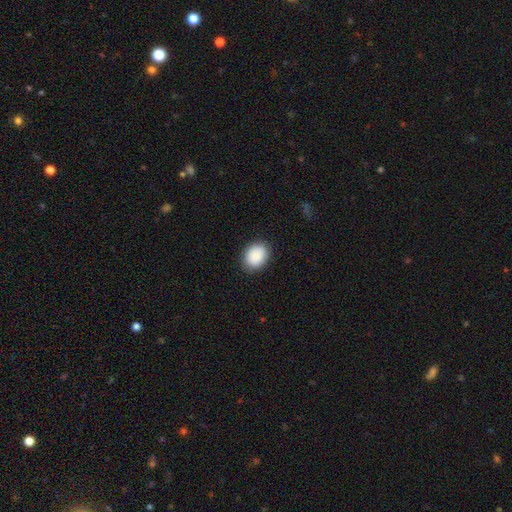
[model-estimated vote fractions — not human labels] This is clearly a smooth galaxy (90%). How rounded: likely in between (67%). Merging: clearly none (88%).